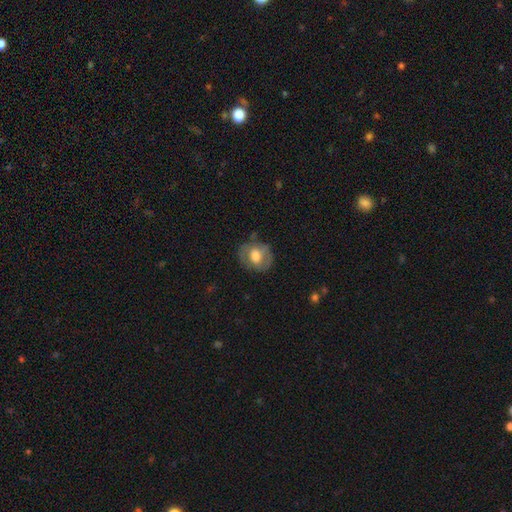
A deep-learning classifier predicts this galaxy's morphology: A smooth galaxy with no disk features (53%) that is round (57%).

Vote fractions:
- Smooth or featured? smooth: 53% / featured or disk: 40% / star or artifact: 7%
- How rounded? round: 57% / in between: 41% / cigar-shaped: 1%
- Merging? none: 67% / minor disturbance: 22% / major disturbance: 9% / merger: 2%